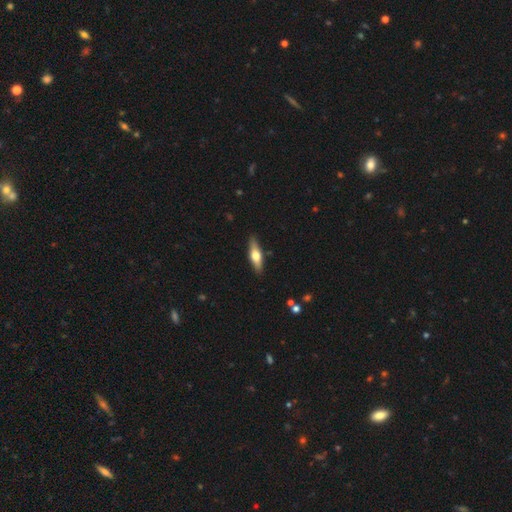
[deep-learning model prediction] Smooth or featured? smooth (50%)
How rounded? cigar-shaped (60%)
Merging? none (88%)